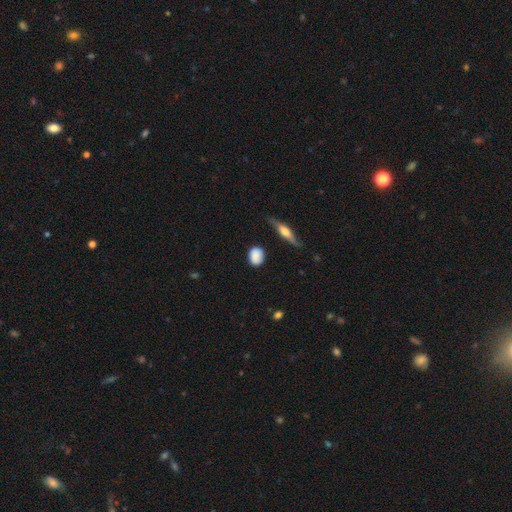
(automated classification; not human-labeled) smooth-or-featured: smooth: 84% | featured or disk: 8% | star or artifact: 7%
  how-rounded: round: 50% | in between: 48% | cigar-shaped: 3%
  merging: none: 77% | minor disturbance: 17% | major disturbance: 4% | merger: 2%